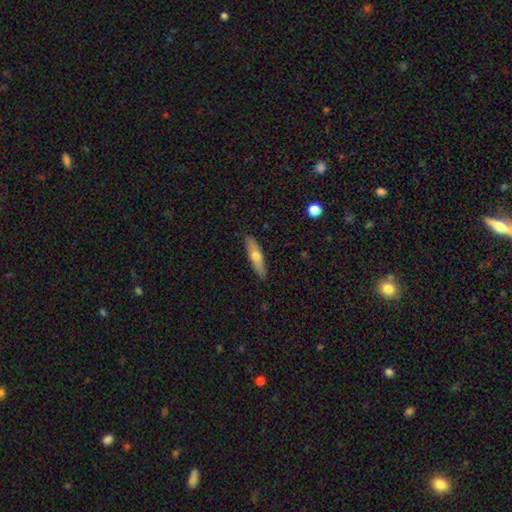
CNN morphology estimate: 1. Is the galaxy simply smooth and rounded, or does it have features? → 53% smooth, 41% featured or disk, 6% star or artifact.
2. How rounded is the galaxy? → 73% cigar-shaped, 25% in between, 2% round.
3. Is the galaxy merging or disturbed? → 90% none, 8% minor disturbance, 2% major disturbance, 1% merger.